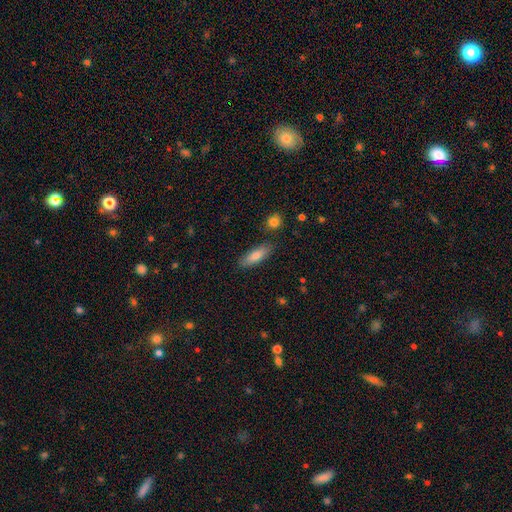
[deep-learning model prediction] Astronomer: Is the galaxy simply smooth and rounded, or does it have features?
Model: smooth — 78%.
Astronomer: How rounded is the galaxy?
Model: in between — 59% (runner-up: cigar-shaped, 38%).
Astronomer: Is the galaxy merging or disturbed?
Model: none — 83%.